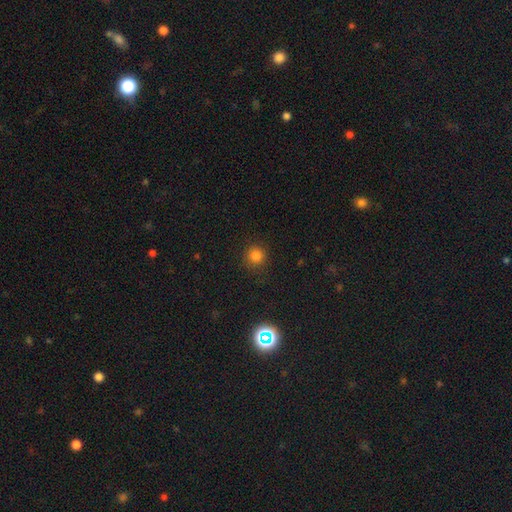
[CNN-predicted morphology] smooth_or_featured: smooth (p=0.81) [alt: star or artifact p=0.15]
how_rounded: round (p=0.92) [alt: in between p=0.07]
merging: none (p=0.86) [alt: minor disturbance p=0.09]